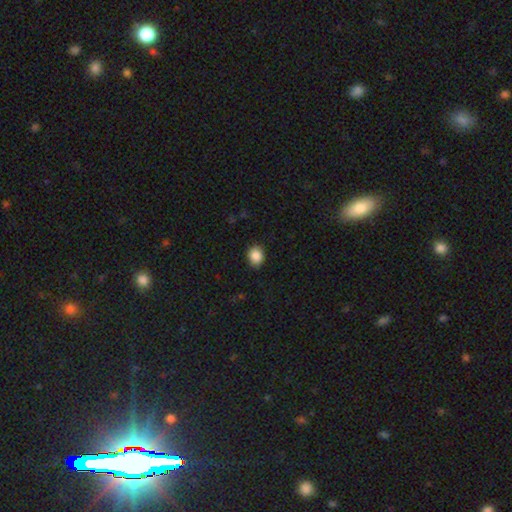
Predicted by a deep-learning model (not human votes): smooth 88%, star or artifact 9%, featured or disk 4%. Down the decision tree: how rounded — round (55%); merging — none (86%).